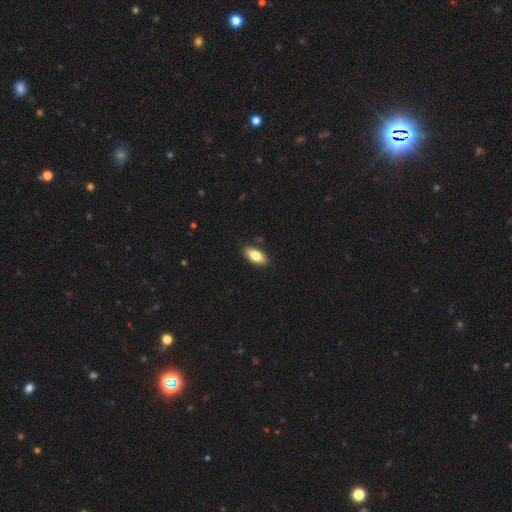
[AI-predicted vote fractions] Smooth or featured? Predicted: smooth (p=0.80). How rounded? Predicted: in between (p=0.90). Merging? Predicted: none (p=0.87).